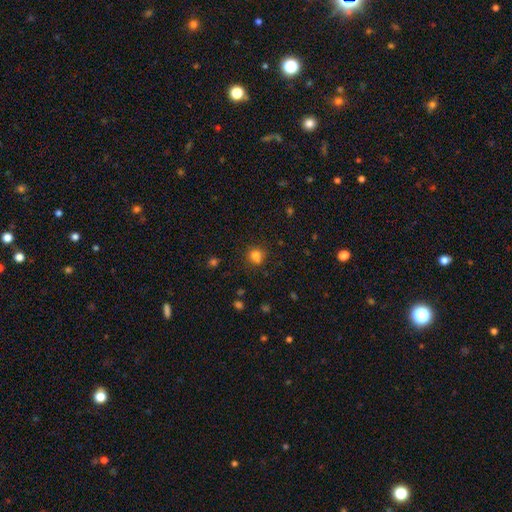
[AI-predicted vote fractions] The model was most divided on "merging": none: 72%, minor disturbance: 13%, merger: 11%, major disturbance: 4%. More confident: how rounded — round (85%); smooth or featured — smooth (77%).